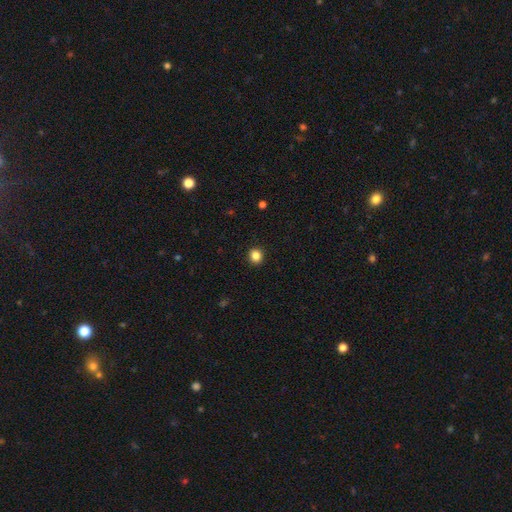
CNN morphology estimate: The model was most divided on "smooth or featured": smooth: 85%, star or artifact: 11%, featured or disk: 4%. More confident: merging — none (93%); how rounded — round (88%).